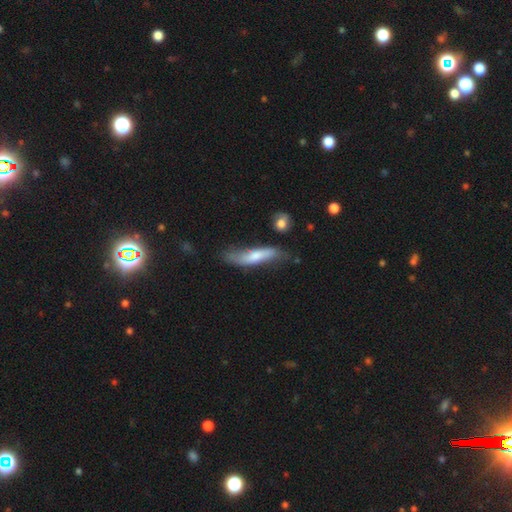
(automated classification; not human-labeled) smooth 53%, featured or disk 41%, star or artifact 7%. Down the decision tree: how rounded — cigar-shaped (77%); merging — none (56%).